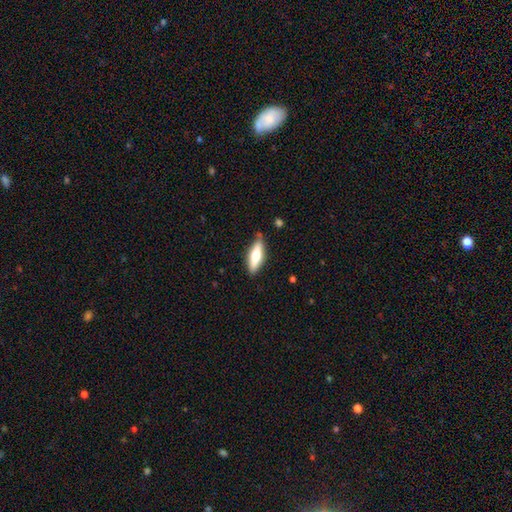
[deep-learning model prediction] This appears to be a smooth galaxy with no disk features (60%) that is in between round and cigar-shaped (53%). Merging: none (83%).